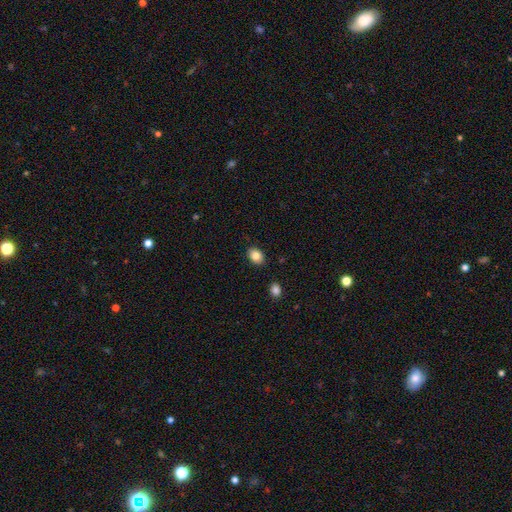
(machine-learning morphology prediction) This appears to be a smooth galaxy with no disk features (85%) that is in between round and cigar-shaped (70%). Merging: none (86%).